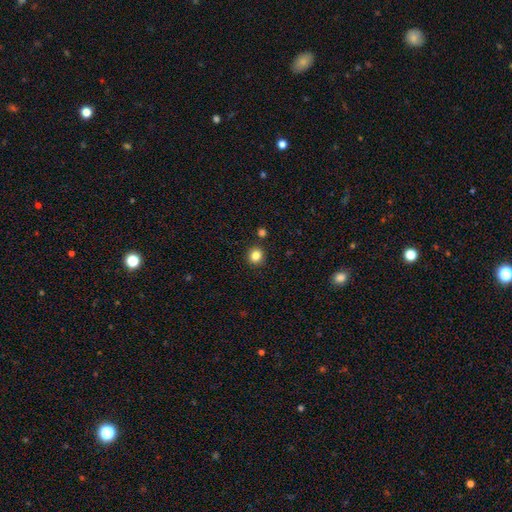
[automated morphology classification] A smooth galaxy with no disk features (84%) that is round (88%). Merging: none (88%).